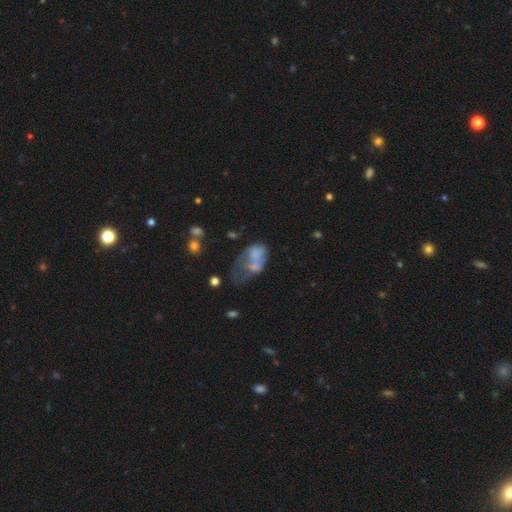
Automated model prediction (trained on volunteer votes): A smooth galaxy with no disk features (52%) that is in between round and cigar-shaped (86%). Merging: major disturbance (42%).